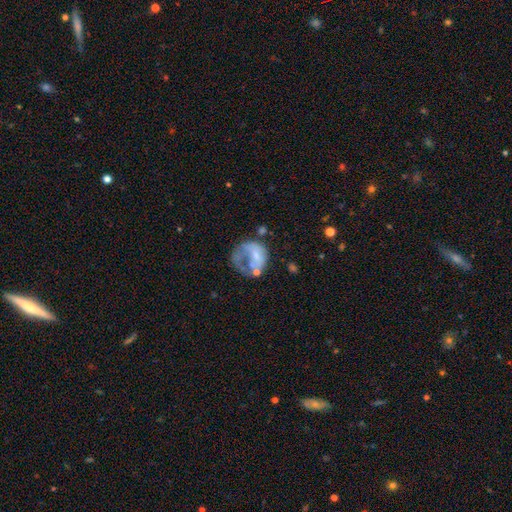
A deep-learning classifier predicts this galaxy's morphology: Overall: featured or disk (50%; smooth 40%). Edge-on disk: no (98%). Merging: major disturbance (45%; none 28%).